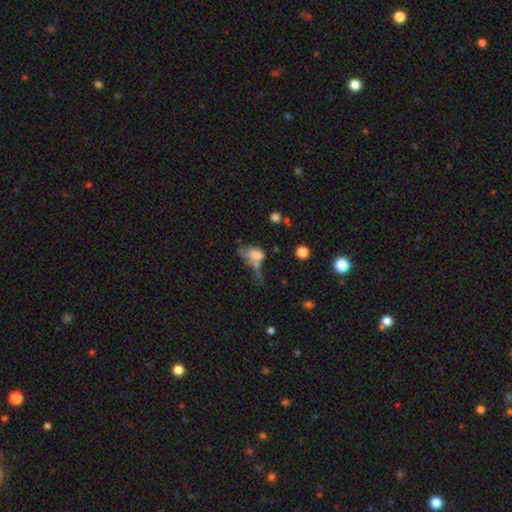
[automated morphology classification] This is likely a smooth galaxy (62%). How rounded: likely in between (80%). Merging: marginally merger (33%, tied with major disturbance).